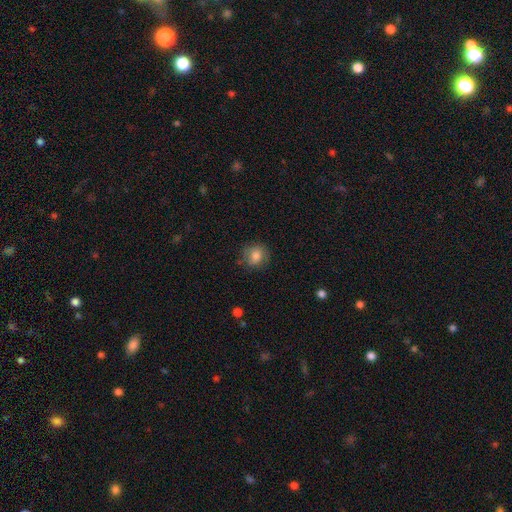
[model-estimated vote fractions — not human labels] Smooth or featured? Predicted: smooth (p=0.77). How rounded? Predicted: round (p=0.77). Merging? Predicted: none (p=0.75).